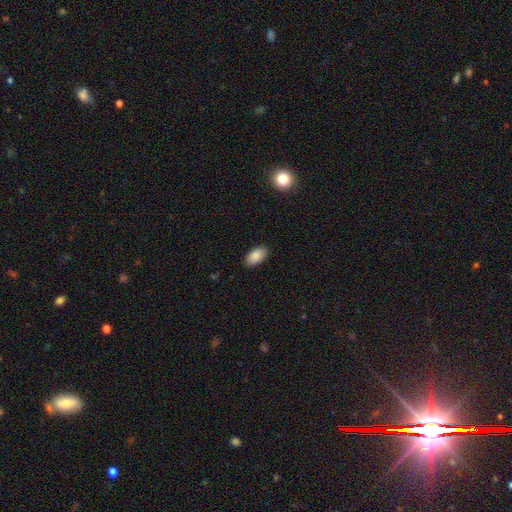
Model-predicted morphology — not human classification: A smooth galaxy with no disk features (88%) that is in between round and cigar-shaped (95%).

Vote fractions:
- Smooth or featured? smooth: 88% / star or artifact: 7% / featured or disk: 5%
- How rounded? in between: 95% / round: 3% / cigar-shaped: 2%
- Merging? none: 88% / minor disturbance: 9% / major disturbance: 2% / merger: 1%